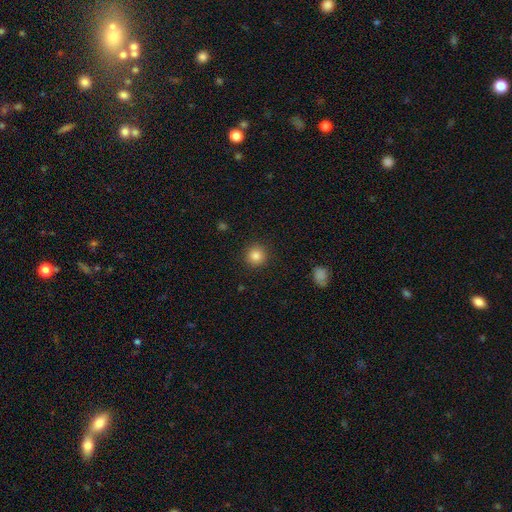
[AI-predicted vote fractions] The model was most divided on "smooth or featured": smooth: 84%, star or artifact: 11%, featured or disk: 5%. More confident: how rounded — round (94%); merging — none (91%).